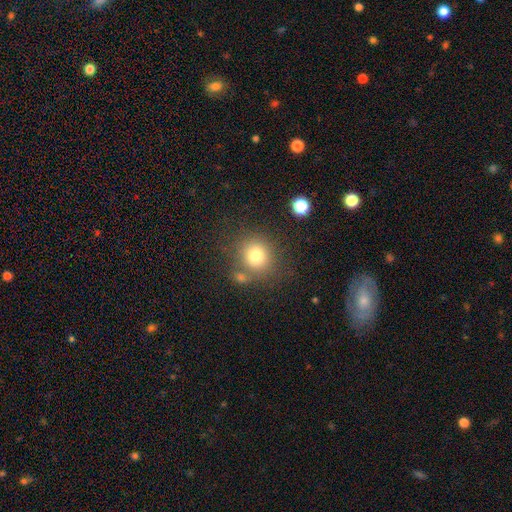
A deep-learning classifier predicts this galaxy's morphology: Smooth or featured? Predicted: smooth (p=0.77). How rounded? Predicted: round (p=0.86). Merging? Predicted: none (p=0.69).